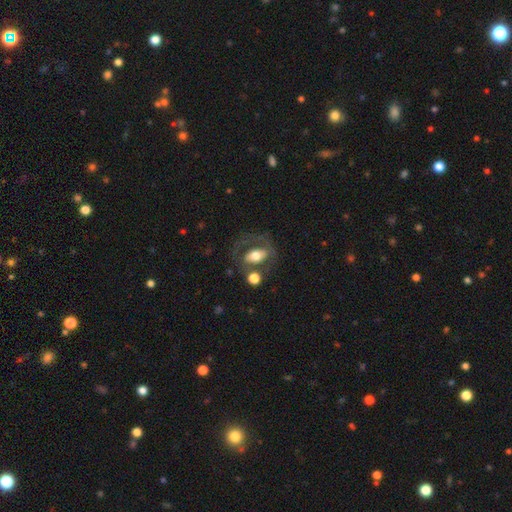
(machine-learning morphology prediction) smooth_or_featured: featured or disk (p=0.48) [alt: smooth p=0.45]
merging: none (p=0.51) [alt: major disturbance p=0.17]